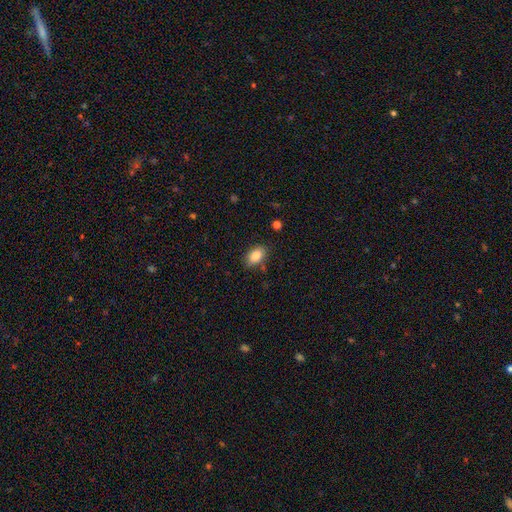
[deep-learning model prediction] Smooth or featured? smooth (85%)
How rounded? in between (87%)
Merging? none (82%)